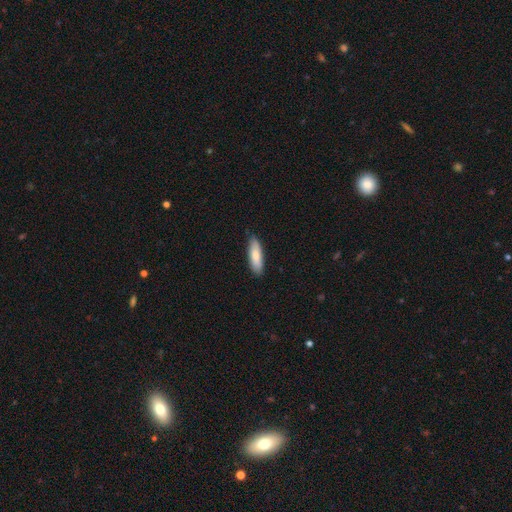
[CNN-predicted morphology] This is clearly a smooth galaxy (82%). How rounded: possibly cigar-shaped (53%). Merging: clearly none (86%).